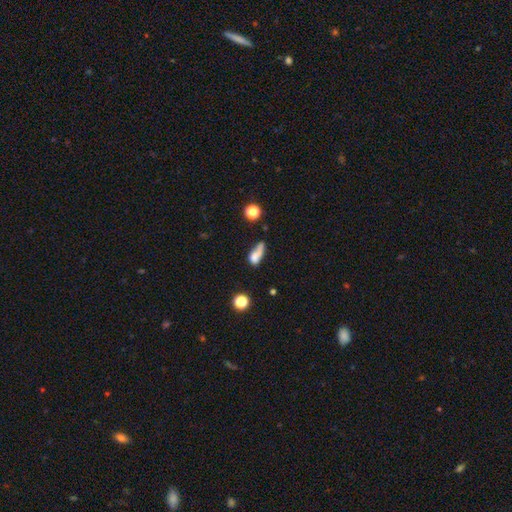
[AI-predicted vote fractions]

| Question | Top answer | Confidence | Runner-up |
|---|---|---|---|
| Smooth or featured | smooth | 68% | featured or disk (21%) |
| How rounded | in between | 66% | cigar-shaped (21%) |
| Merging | major disturbance | 27% | tied: none (27%) |